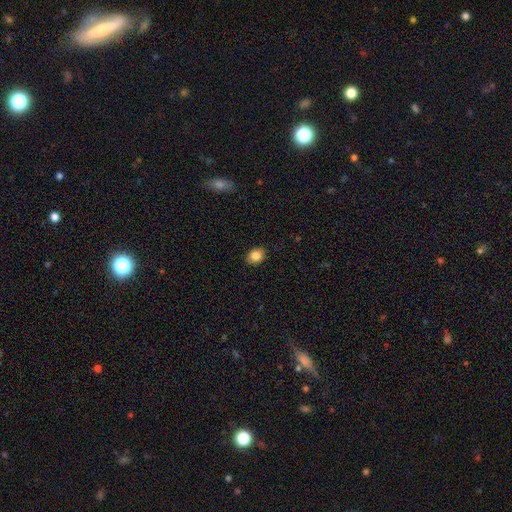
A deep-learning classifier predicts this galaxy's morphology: smooth_or_featured: smooth (p=0.85) [alt: star or artifact p=0.09]
how_rounded: in between (p=0.58) [alt: round p=0.42]
merging: none (p=0.89) [alt: minor disturbance p=0.08]